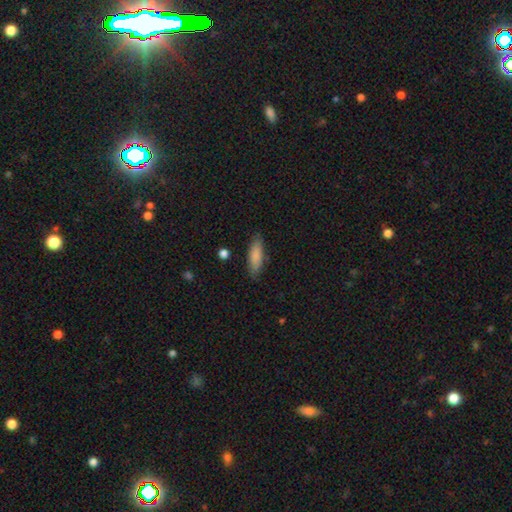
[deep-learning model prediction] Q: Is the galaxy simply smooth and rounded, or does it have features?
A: smooth — 84%.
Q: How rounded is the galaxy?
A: in between — 50%.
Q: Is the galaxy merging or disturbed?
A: none — 84%.